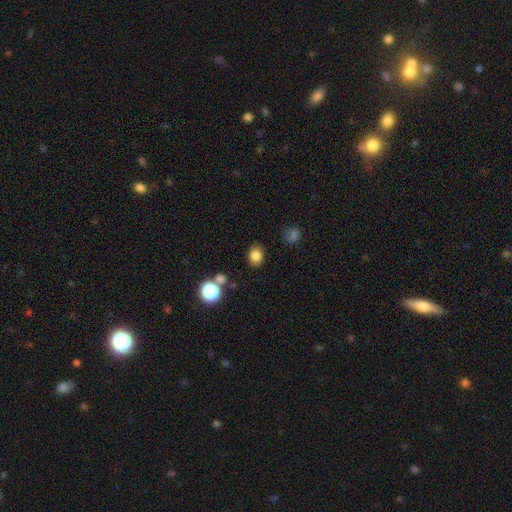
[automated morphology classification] Smooth or featured? Predicted: smooth (p=0.82). How rounded? Predicted: round (p=0.57). Merging? Predicted: none (p=0.84).